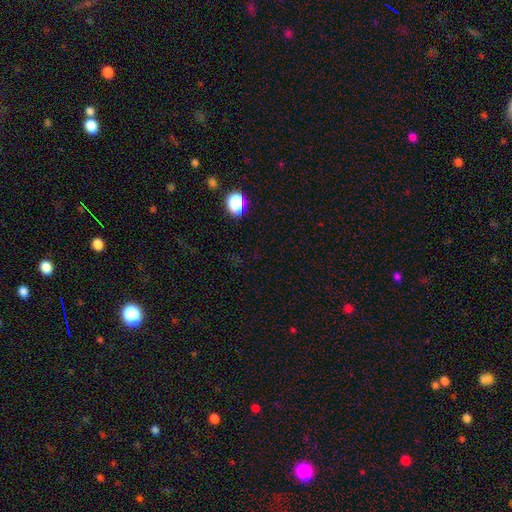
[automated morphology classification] A star or artifact, not a galaxy (62%).